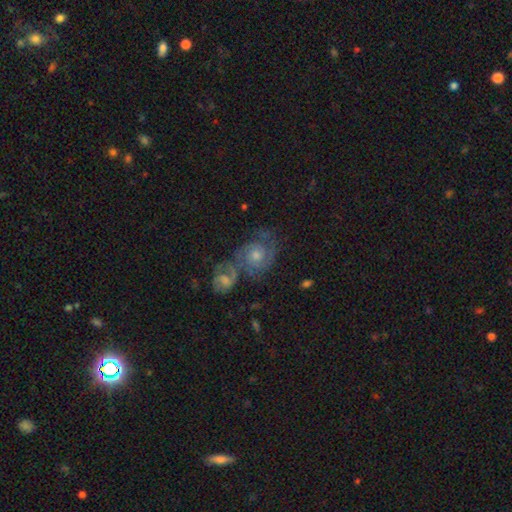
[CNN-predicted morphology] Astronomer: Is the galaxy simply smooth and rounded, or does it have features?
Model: featured or disk — 75%.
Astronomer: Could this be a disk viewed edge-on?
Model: no — 97%.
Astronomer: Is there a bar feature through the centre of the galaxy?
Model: no — 76%.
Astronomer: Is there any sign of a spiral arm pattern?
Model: yes — 93%.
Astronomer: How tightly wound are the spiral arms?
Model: tight — 51% (runner-up: medium, 40%).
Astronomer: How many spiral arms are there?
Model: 2 — 52%.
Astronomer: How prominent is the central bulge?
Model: moderate — 56% (runner-up: small, 36%).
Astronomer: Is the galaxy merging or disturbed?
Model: none — 48% (runner-up: merger, 27%).